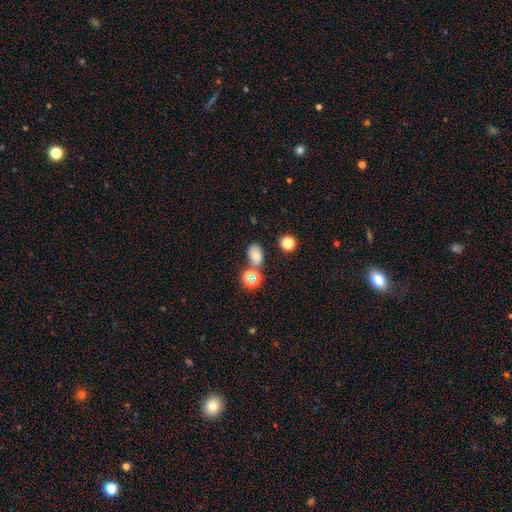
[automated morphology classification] Overall: smooth (63%). How rounded: in between (73%). Merging: none (59%).